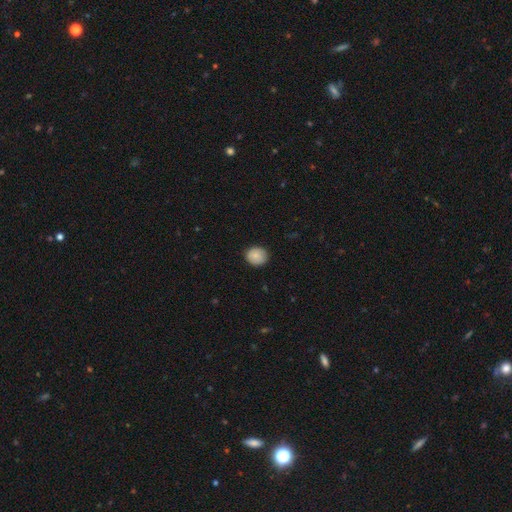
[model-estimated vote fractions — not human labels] Overall: smooth (83%). How rounded: round (79%). Merging: none (87%).